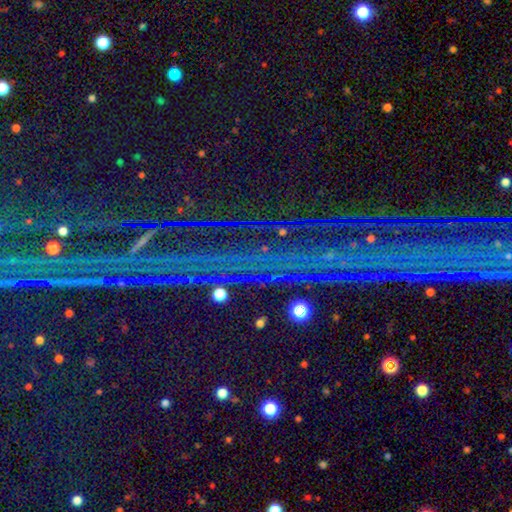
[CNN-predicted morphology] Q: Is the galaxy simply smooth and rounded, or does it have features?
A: star or artifact — 83%.